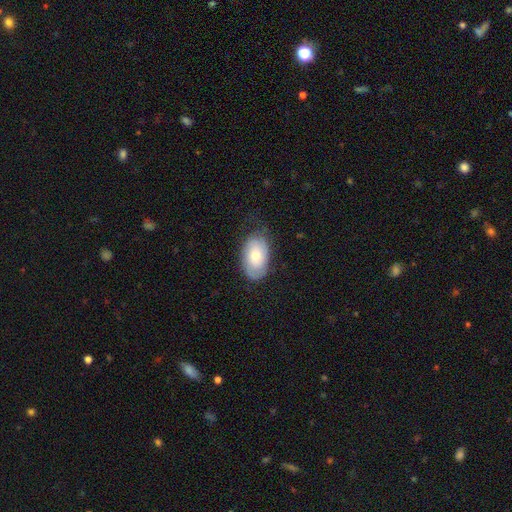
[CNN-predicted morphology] smooth 61%, featured or disk 33%, star or artifact 6%. Down the decision tree: how rounded — in between (92%); merging — none (67%).